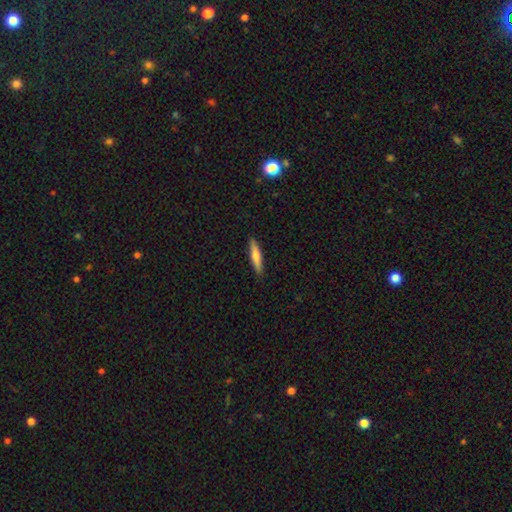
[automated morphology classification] Smooth or featured? Predicted: smooth (p=0.65). How rounded? Predicted: cigar-shaped (p=0.86). Merging? Predicted: none (p=0.90).